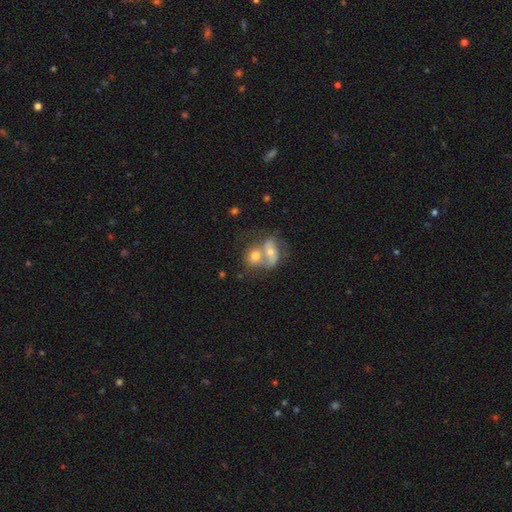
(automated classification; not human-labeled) Smooth or featured? Predicted: featured or disk (p=0.48). Merging? Predicted: merger (p=0.67).